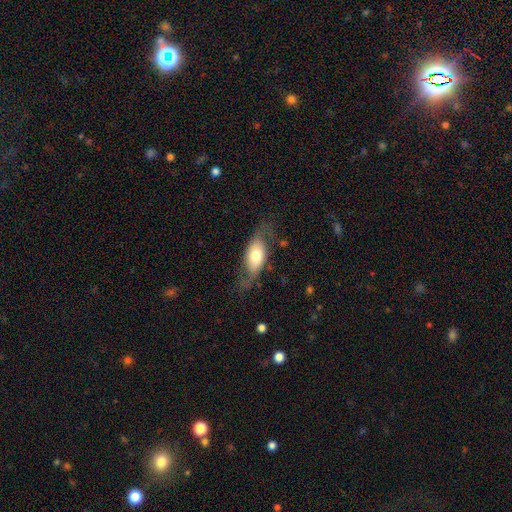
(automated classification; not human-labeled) This is possibly a smooth galaxy (53%). How rounded: clearly in between (84%). Merging: likely none (62%).